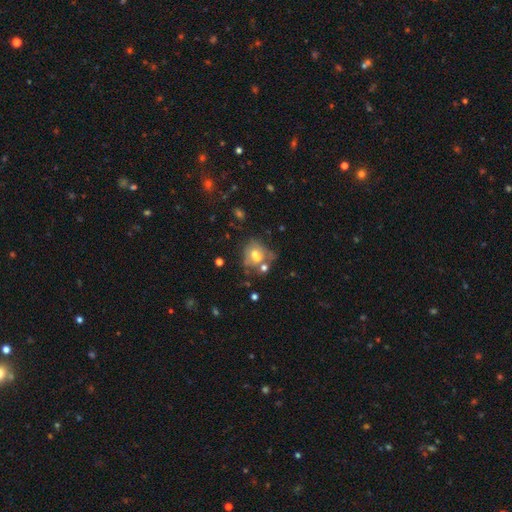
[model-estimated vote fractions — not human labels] Q: Smooth or featured?
A: smooth (46%); runner-up: featured or disk (40%)
Q: Merging?
A: merger (37%); runner-up: none (31%)